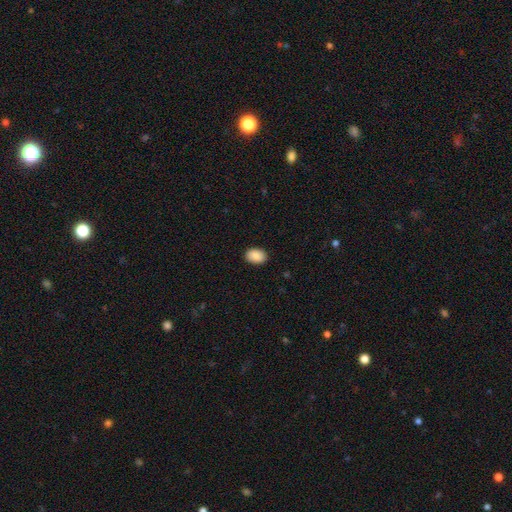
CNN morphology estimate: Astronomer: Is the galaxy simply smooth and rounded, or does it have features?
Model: smooth — 89%.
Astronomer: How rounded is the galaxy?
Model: in between — 83%.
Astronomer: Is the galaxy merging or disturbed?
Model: none — 90%.